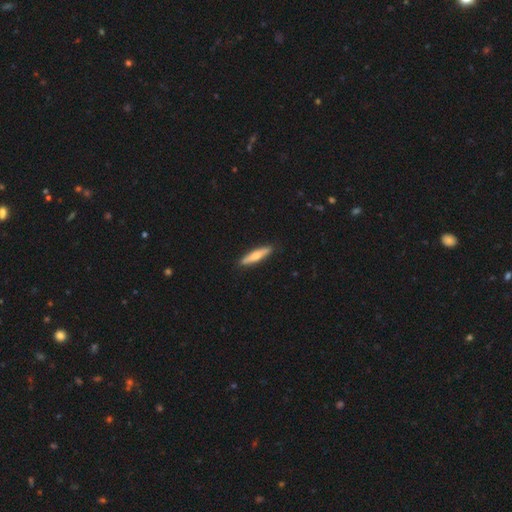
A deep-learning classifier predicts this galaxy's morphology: Smooth or featured?
  - smooth: 61% *
  - featured or disk: 34%
  - star or artifact: 5%
How rounded?
  - cigar-shaped: 85% *
  - in between: 13%
  - round: 1%
Merging?
  - none: 90% *
  - minor disturbance: 8%
  - major disturbance: 1%
  - merger: 1%